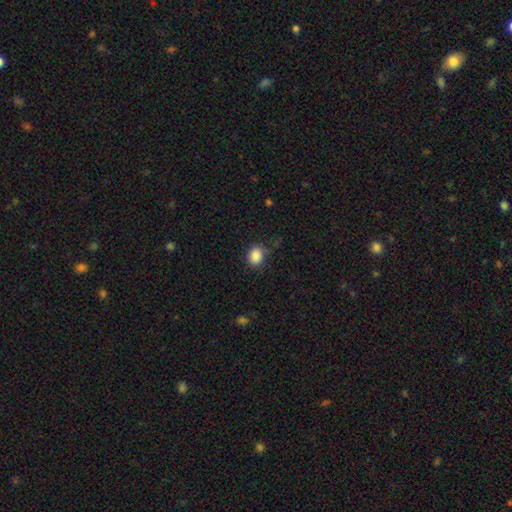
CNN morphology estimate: smooth-or-featured: smooth: 87% | star or artifact: 9% | featured or disk: 4%
  how-rounded: round: 55% | in between: 44% | cigar-shaped: 1%
  merging: none: 77% | minor disturbance: 17% | major disturbance: 4% | merger: 2%